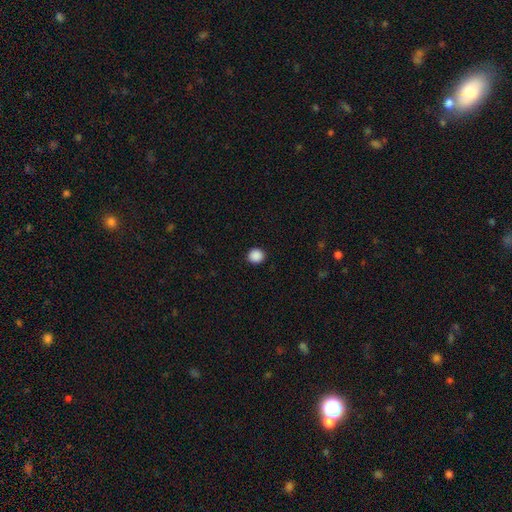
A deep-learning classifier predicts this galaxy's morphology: type=smooth (89%); roundness=round (91%); merging=none (93%).